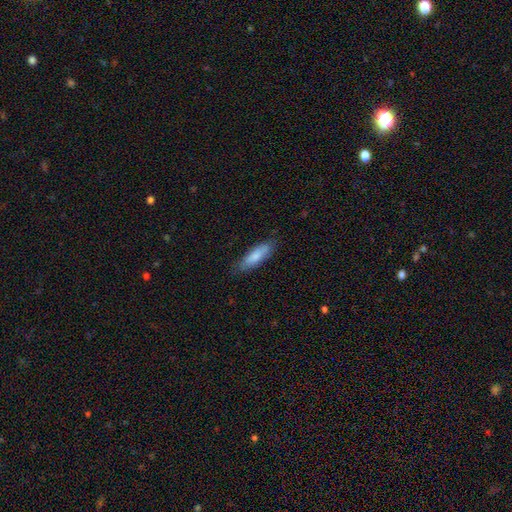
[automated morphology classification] A smooth galaxy with no disk features (79%) that is cigar-shaped (54%). Merging: none (80%).